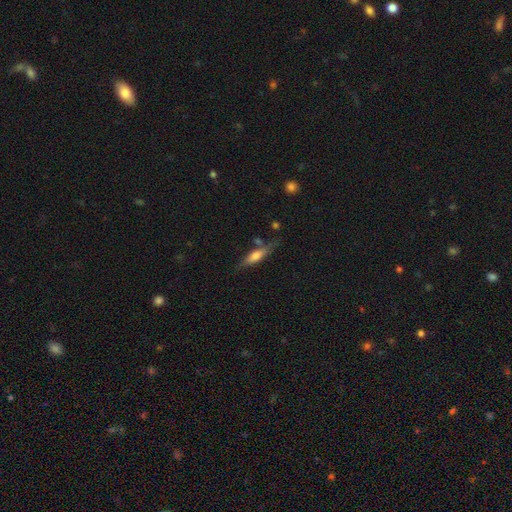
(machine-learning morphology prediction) Smooth or featured: smooth — 55% (featured or disk — 38%)
How rounded: cigar-shaped — 64% (in between — 33%)
Merging: none — 66% (minor disturbance — 20%)